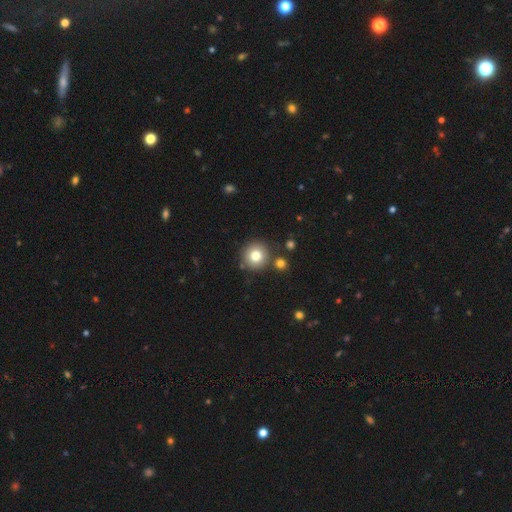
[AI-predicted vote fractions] This appears to be a smooth galaxy with no disk features (78%) that is round (93%). Merging: none (82%).